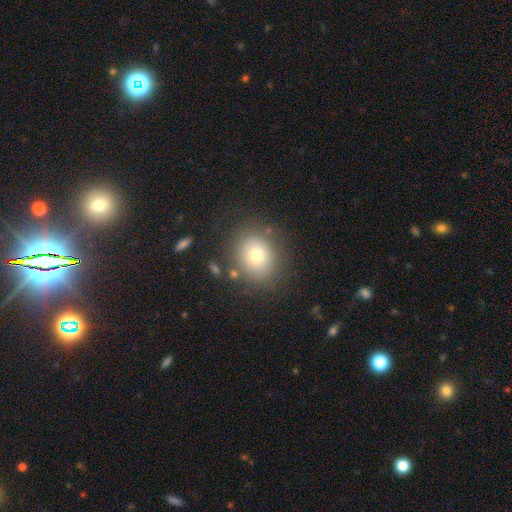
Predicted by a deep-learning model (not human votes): smooth-or-featured: smooth: 74% | featured or disk: 14% | star or artifact: 12%
  how-rounded: round: 66% | in between: 33% | cigar-shaped: 1%
  merging: none: 79% | minor disturbance: 12% | major disturbance: 5% | merger: 4%